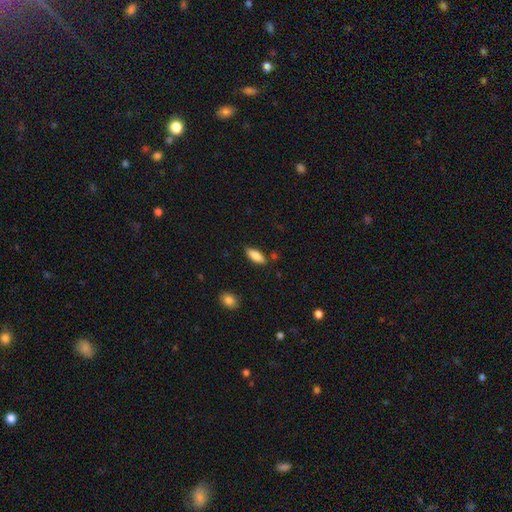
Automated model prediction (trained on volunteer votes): Q: Smooth or featured?
A: smooth (84%); runner-up: featured or disk (10%)
Q: How rounded?
A: in between (75%); runner-up: cigar-shaped (23%)
Q: Merging?
A: none (81%); runner-up: minor disturbance (13%)